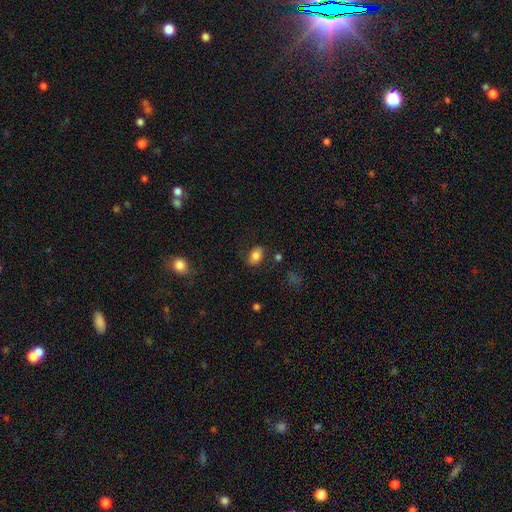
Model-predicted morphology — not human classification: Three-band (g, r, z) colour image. It shows a smooth galaxy with no disk features (81%) that is in between round and cigar-shaped (78%). Merging: none (80%).